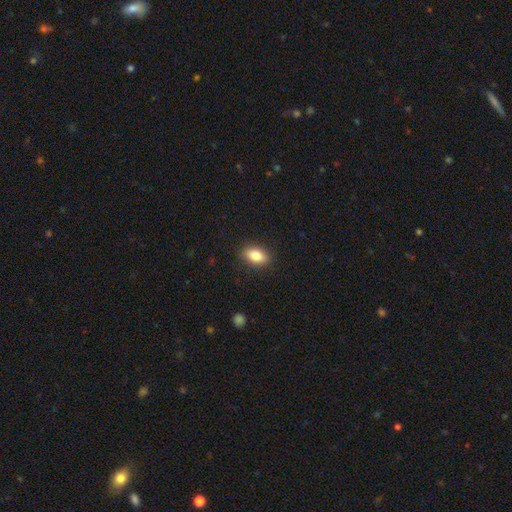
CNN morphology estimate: A smooth galaxy with no disk features (83%) that is in between round and cigar-shaped (86%). Merging: none (88%).